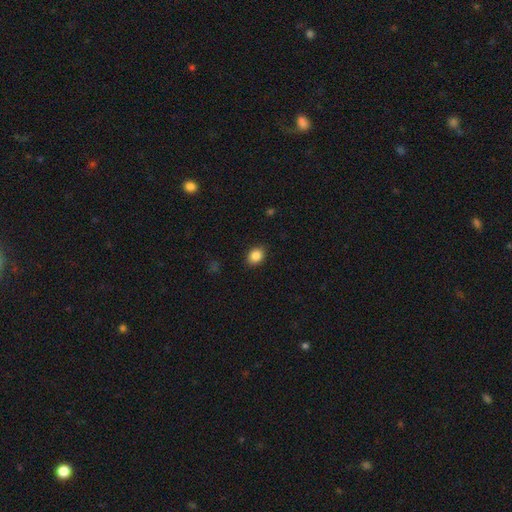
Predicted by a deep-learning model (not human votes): This appears to be a smooth galaxy with no disk features (86%) that is in between round and cigar-shaped (61%). Merging: none (89%).